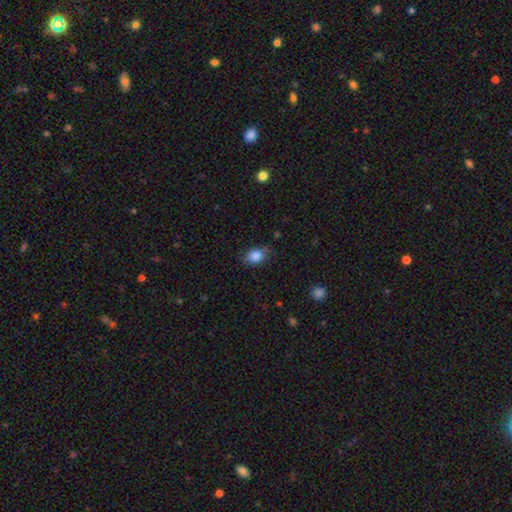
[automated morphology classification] smooth_or_featured: smooth (p=0.85) [alt: star or artifact p=0.09]
how_rounded: in between (p=0.69) [alt: round p=0.29]
merging: none (p=0.71) [alt: minor disturbance p=0.23]